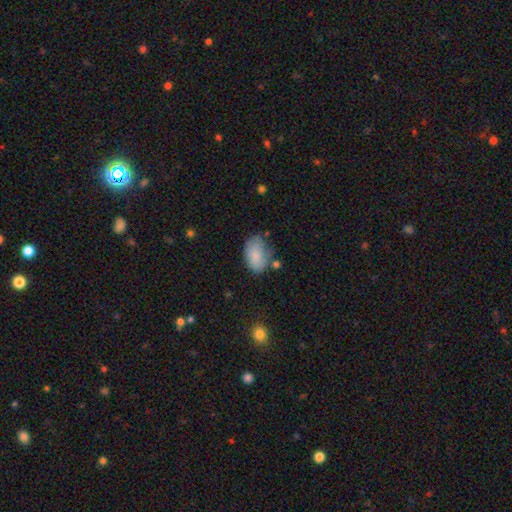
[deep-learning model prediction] smooth 83%, featured or disk 10%, star or artifact 7%. Down the decision tree: how rounded — in between (91%); merging — none (62%).